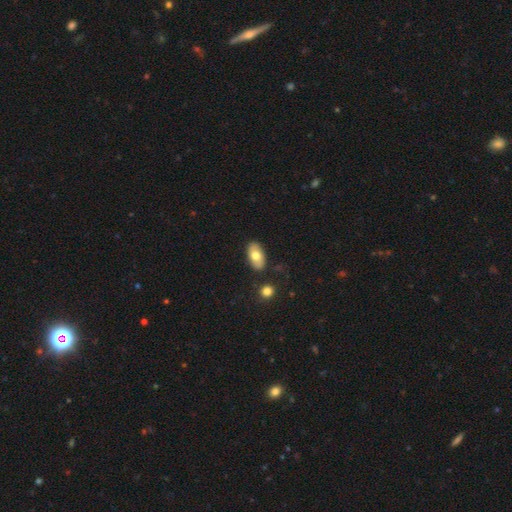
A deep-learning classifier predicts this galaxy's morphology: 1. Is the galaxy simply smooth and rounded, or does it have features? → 72% smooth, 21% featured or disk, 6% star or artifact.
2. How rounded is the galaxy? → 93% in between, 5% round, 2% cigar-shaped.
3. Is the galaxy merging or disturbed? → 84% none, 11% minor disturbance, 3% merger, 2% major disturbance.